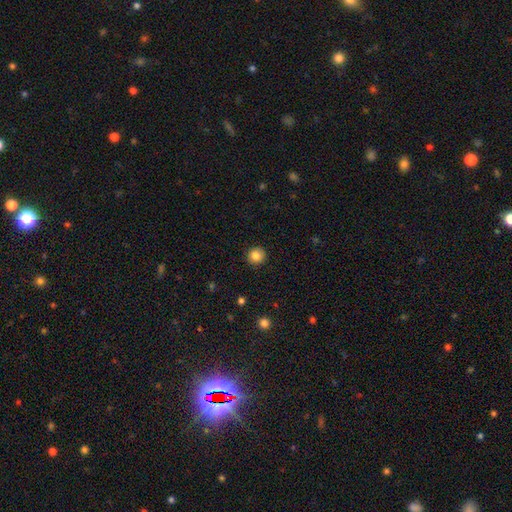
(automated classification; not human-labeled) This is clearly a smooth galaxy (85%). How rounded: clearly round (93%). Merging: clearly none (92%).